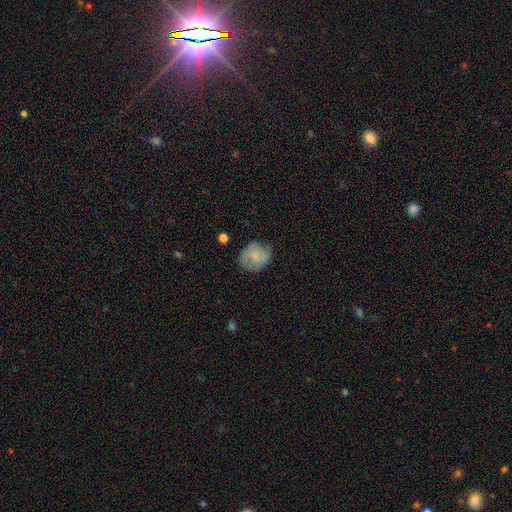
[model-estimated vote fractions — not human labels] Smooth or featured: smooth — 59% (featured or disk — 33%)
How rounded: round — 67% (in between — 32%)
Merging: none — 66% (minor disturbance — 24%)